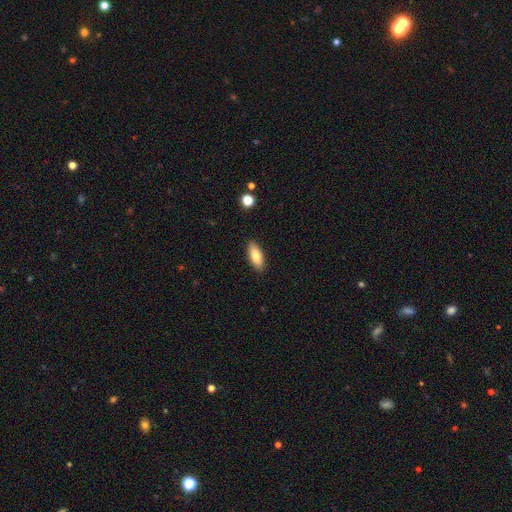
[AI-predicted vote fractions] Morphology: type=smooth (82%); roundness=in between (77%); merging=none (88%).